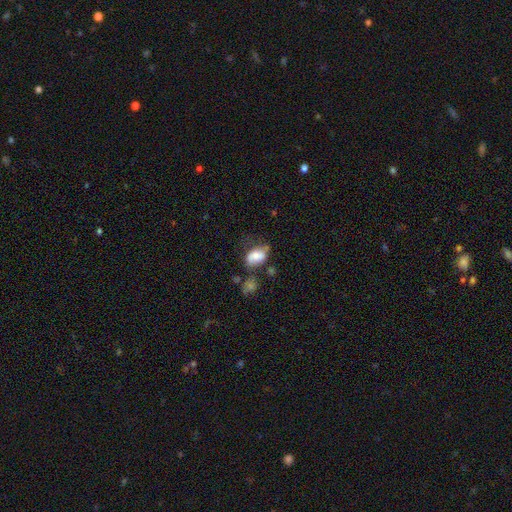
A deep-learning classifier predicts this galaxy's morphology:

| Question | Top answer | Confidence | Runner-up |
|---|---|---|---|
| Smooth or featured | smooth | 66% | featured or disk (26%) |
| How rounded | in between | 85% | round (13%) |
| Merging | none | 37% | minor disturbance (31%) |